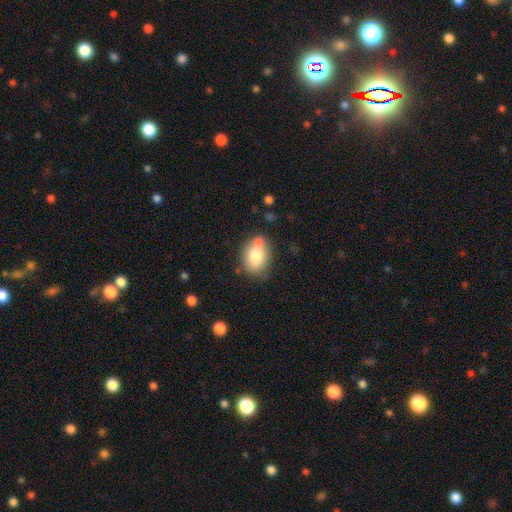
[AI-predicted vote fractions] Smooth or featured? smooth (76%)
How rounded? in between (68%)
Merging? none (61%)